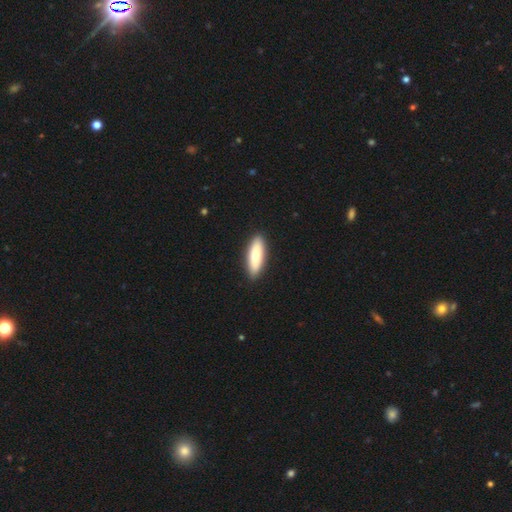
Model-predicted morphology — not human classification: smooth_or_featured: smooth (p=0.78) [alt: featured or disk p=0.17]
how_rounded: in between (p=0.54) [alt: cigar-shaped p=0.45]
merging: none (p=0.91) [alt: minor disturbance p=0.07]